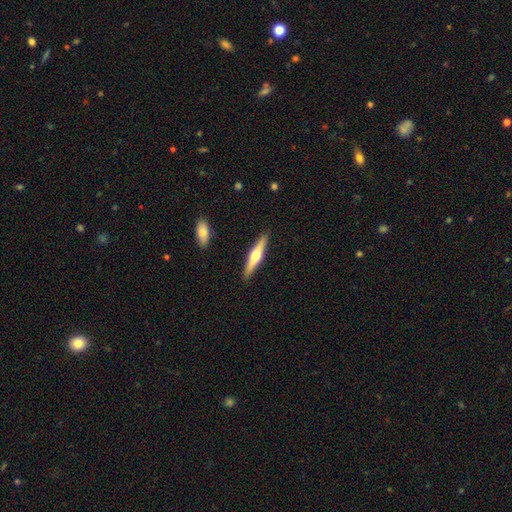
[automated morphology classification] This is possibly a featured or disk galaxy (60%). It is clearly viewed edge-on (96%). Edge-on bulge: clearly rounded (94%). Merging: clearly none (91%).